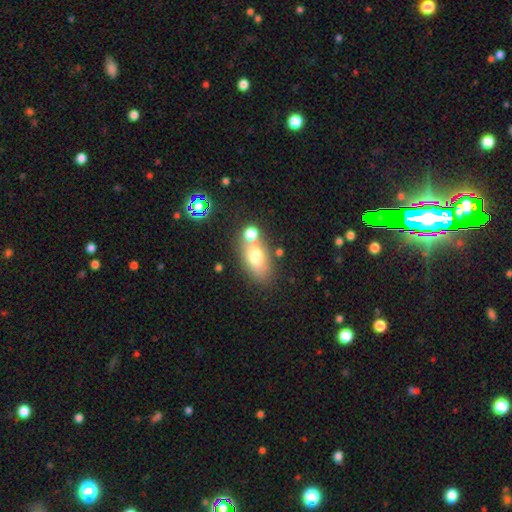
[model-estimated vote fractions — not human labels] Q: Smooth or featured?
A: smooth (67%); runner-up: featured or disk (21%)
Q: How rounded?
A: in between (80%); runner-up: round (15%)
Q: Merging?
A: none (54%); runner-up: merger (28%)